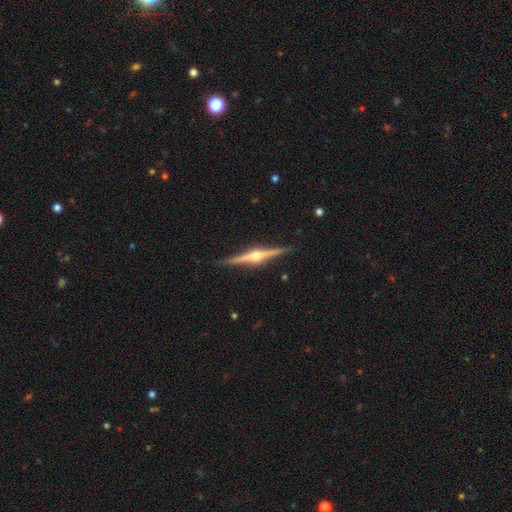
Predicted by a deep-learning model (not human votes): A featured or disk galaxy (88%) viewed edge-on (99%) with a rounded central bulge (94%). Merging: none (91%).